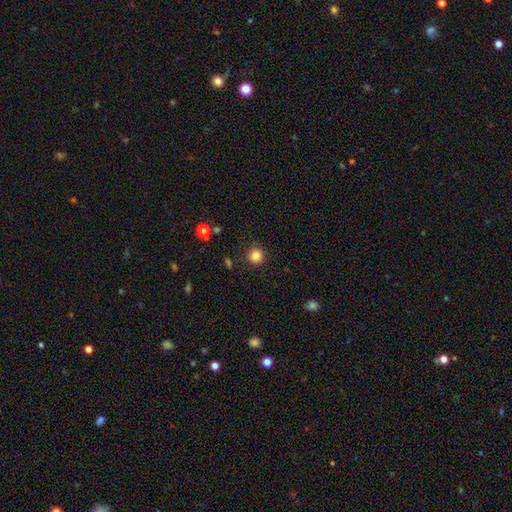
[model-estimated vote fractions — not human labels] The model was most divided on "smooth or featured": smooth: 84%, star or artifact: 11%, featured or disk: 4%. More confident: how rounded — round (94%); merging — none (89%).